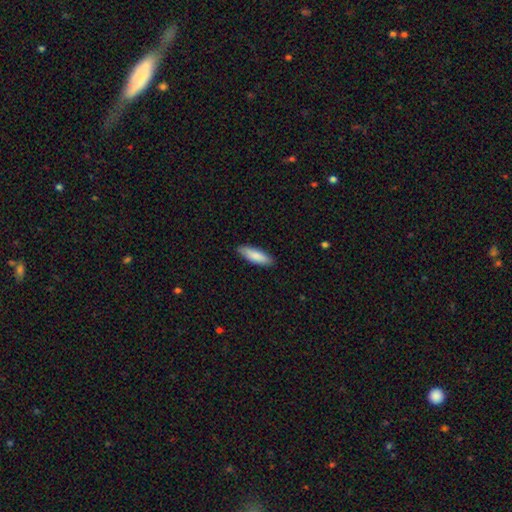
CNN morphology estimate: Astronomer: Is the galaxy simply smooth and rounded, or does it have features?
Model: smooth — 86%.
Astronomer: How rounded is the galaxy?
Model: cigar-shaped — 51% (runner-up: in between, 47%).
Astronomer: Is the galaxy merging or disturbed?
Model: none — 89%.